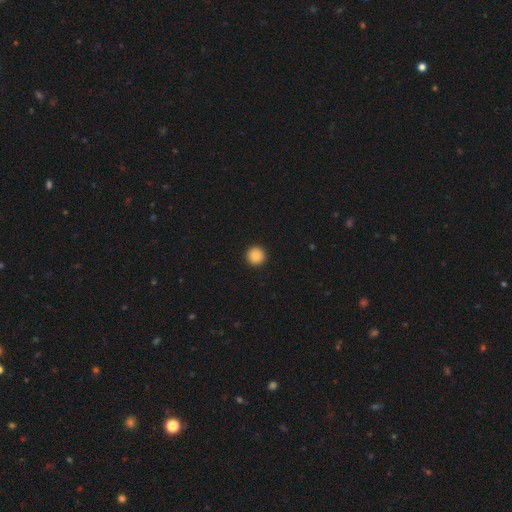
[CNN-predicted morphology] Smooth or featured?
  - smooth: 86% *
  - star or artifact: 9%
  - featured or disk: 4%
How rounded?
  - round: 96% *
  - in between: 3%
  - cigar-shaped: 1%
Merging?
  - none: 94% *
  - minor disturbance: 4%
  - major disturbance: 1%
  - merger: 1%